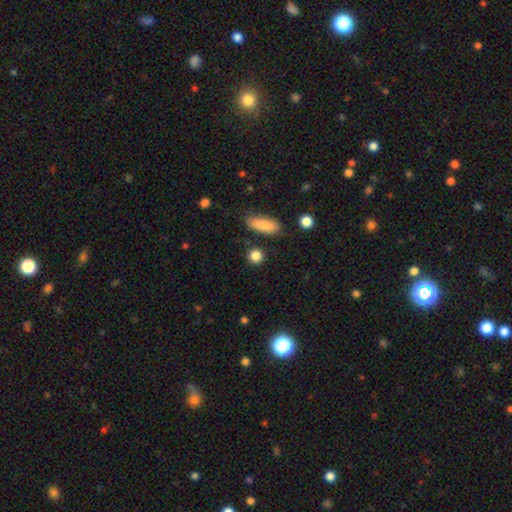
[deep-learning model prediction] Smooth or featured? smooth (86%)
How rounded? round (82%)
Merging? none (84%)